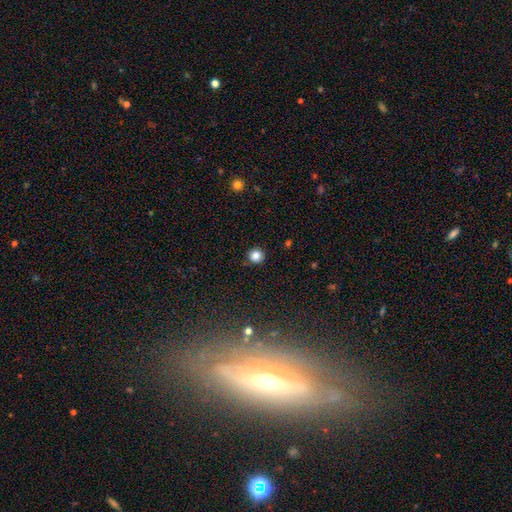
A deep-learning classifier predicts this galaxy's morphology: smooth-or-featured: smooth: 84% | star or artifact: 12% | featured or disk: 4%
  how-rounded: round: 94% | in between: 5% | cigar-shaped: 1%
  merging: none: 91% | minor disturbance: 6% | major disturbance: 2% | merger: 1%